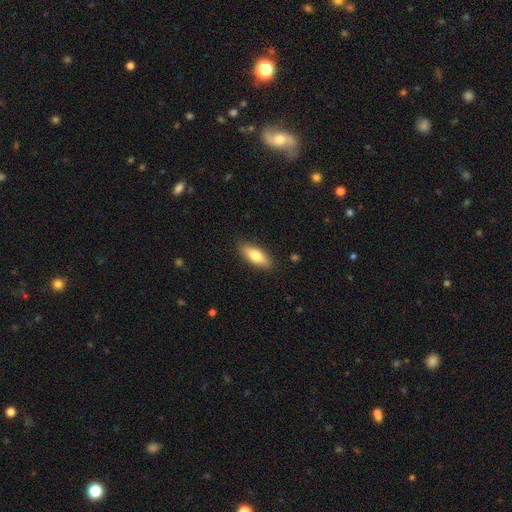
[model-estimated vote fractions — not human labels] A smooth galaxy with no disk features (76%) that is in between round and cigar-shaped (68%). Merging: none (87%).